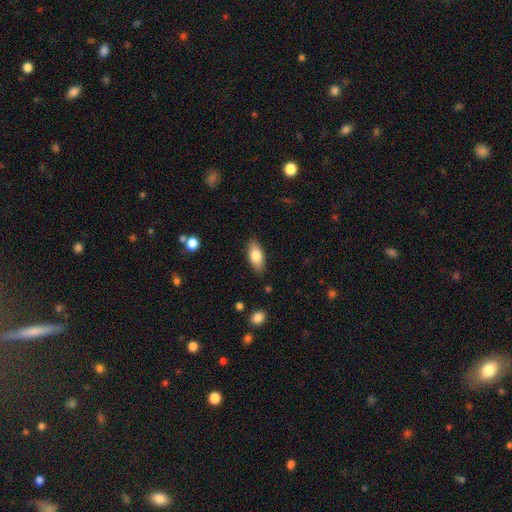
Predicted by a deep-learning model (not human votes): Morphology: type=smooth (79%); roundness=in between (86%); merging=none (86%).